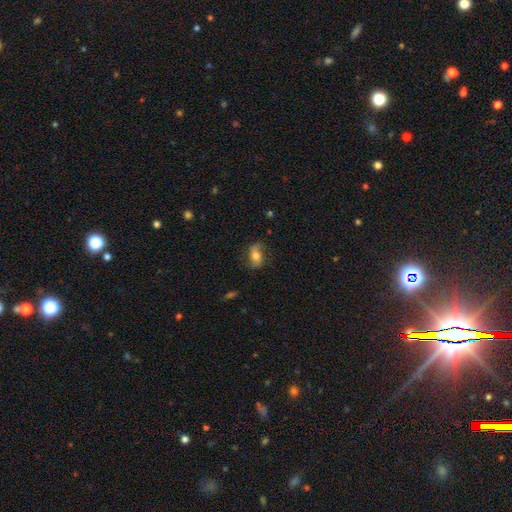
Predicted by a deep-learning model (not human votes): smooth 55%, featured or disk 36%, star or artifact 9%. Down the decision tree: how rounded — in between (79%); merging — none (71%).